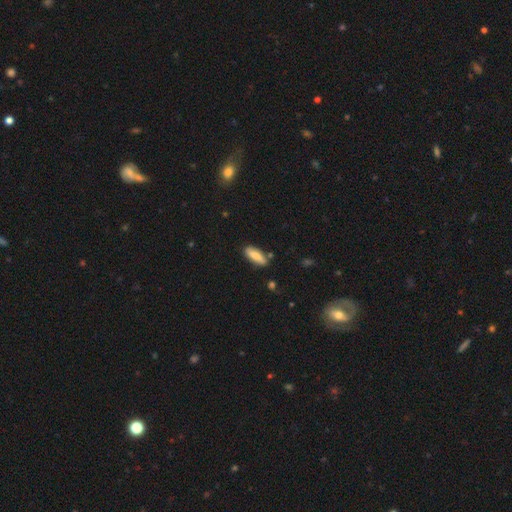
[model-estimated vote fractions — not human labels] This is likely a smooth galaxy (76%). How rounded: possibly in between (60%). Merging: clearly none (82%).